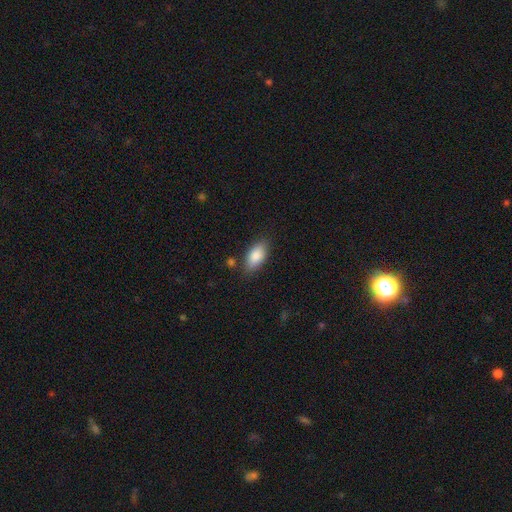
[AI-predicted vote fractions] smooth-or-featured: smooth: 86% | featured or disk: 8% | star or artifact: 6%
  how-rounded: in between: 90% | cigar-shaped: 7% | round: 3%
  merging: none: 81% | minor disturbance: 13% | major disturbance: 3% | merger: 3%